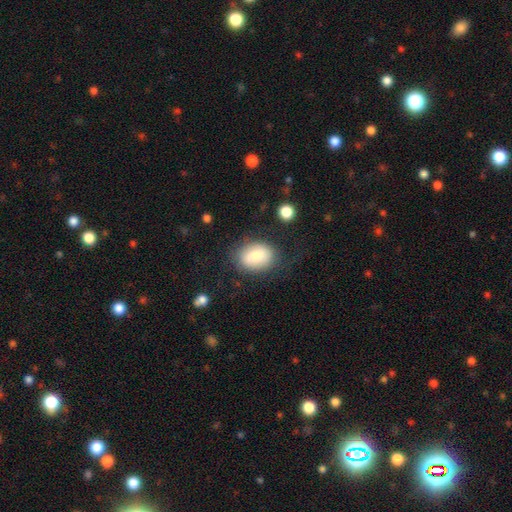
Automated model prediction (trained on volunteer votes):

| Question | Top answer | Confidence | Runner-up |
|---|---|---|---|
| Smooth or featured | smooth | 78% | featured or disk (14%) |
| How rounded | in between | 66% | round (33%) |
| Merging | none | 74% | minor disturbance (16%) |